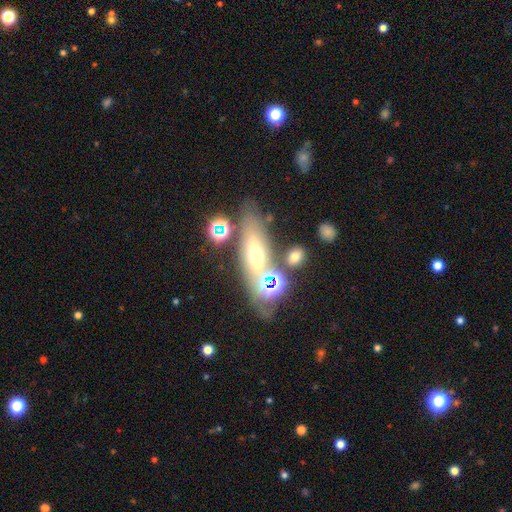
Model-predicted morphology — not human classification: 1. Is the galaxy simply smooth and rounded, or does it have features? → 45% featured or disk, 35% smooth, 20% star or artifact.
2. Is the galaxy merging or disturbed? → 62% none, 16% minor disturbance, 13% merger, 9% major disturbance.